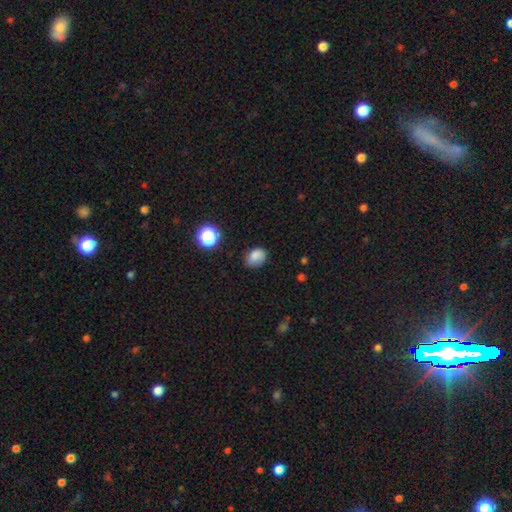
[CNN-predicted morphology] Q: Smooth or featured?
A: smooth (80%); runner-up: star or artifact (11%)
Q: How rounded?
A: in between (65%); runner-up: round (34%)
Q: Merging?
A: none (70%); runner-up: minor disturbance (23%)